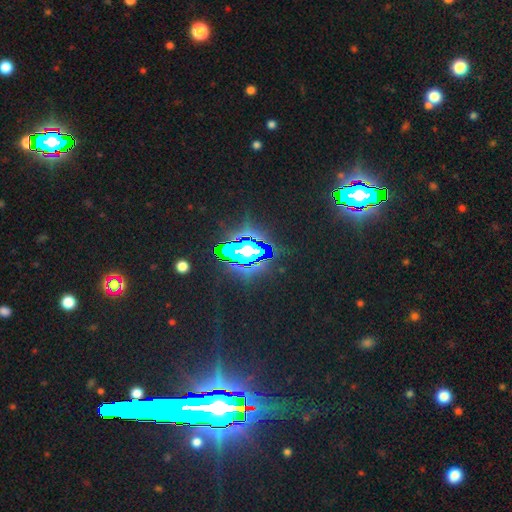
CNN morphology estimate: smooth_or_featured: star or artifact (p=0.84) [alt: featured or disk p=0.08]